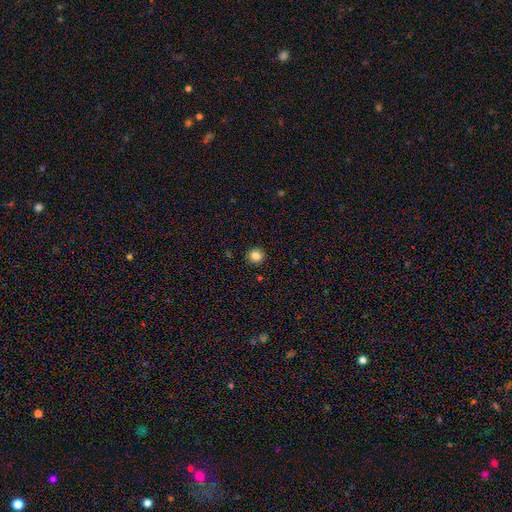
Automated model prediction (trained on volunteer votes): Overall: smooth (84%). How rounded: round (94%). Merging: none (92%).